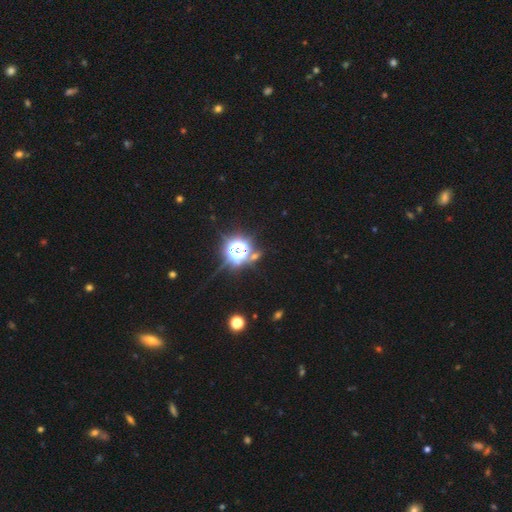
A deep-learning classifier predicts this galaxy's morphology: Smooth or featured? Predicted: star or artifact (p=0.81).